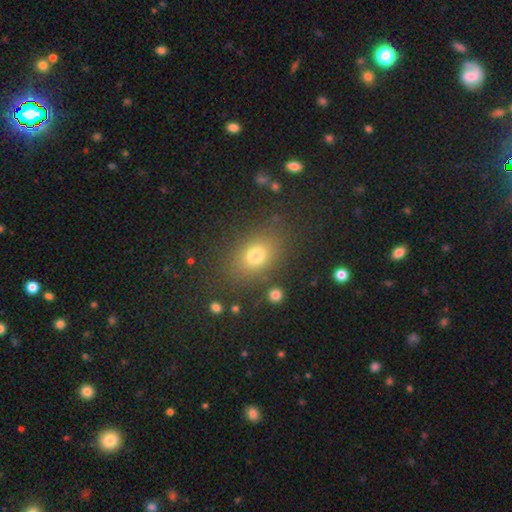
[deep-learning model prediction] Overall: smooth (76%). How rounded: in between (69%; round 30%). Merging: none (82%).